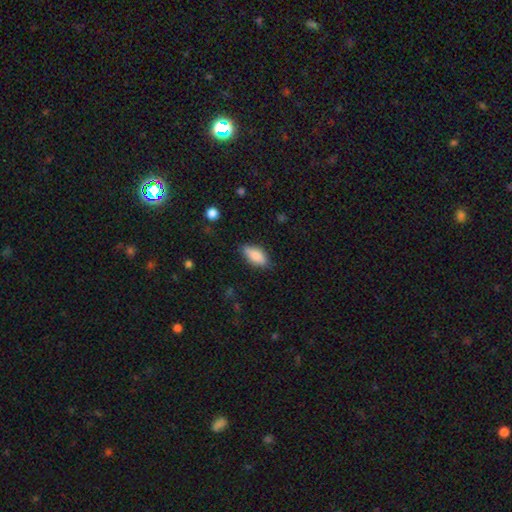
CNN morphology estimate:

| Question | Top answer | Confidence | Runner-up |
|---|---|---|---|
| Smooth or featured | smooth | 82% | featured or disk (12%) |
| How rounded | in between | 83% | cigar-shaped (15%) |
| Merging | none | 78% | minor disturbance (17%) |